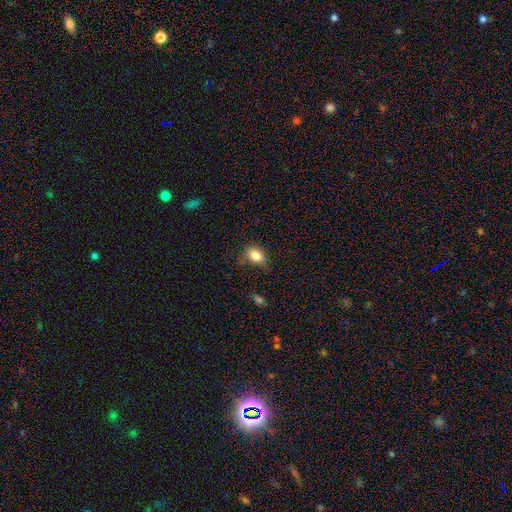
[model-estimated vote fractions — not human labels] This appears to be a smooth galaxy with no disk features (84%) that is in between round and cigar-shaped (77%). Merging: none (73%).